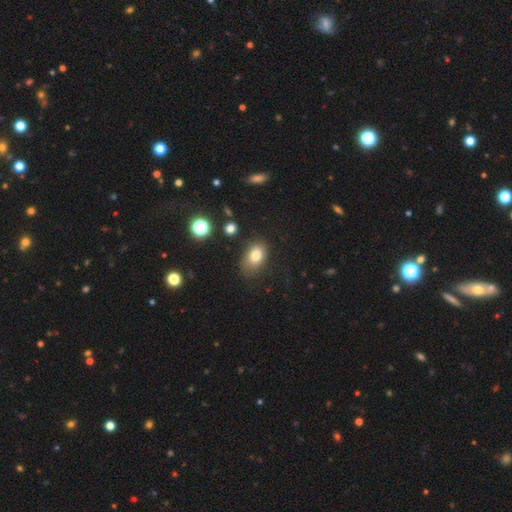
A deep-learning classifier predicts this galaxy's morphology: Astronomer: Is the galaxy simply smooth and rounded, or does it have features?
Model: smooth — 79%.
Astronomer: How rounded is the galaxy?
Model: in between — 83%.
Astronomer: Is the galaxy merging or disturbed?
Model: none — 65%.